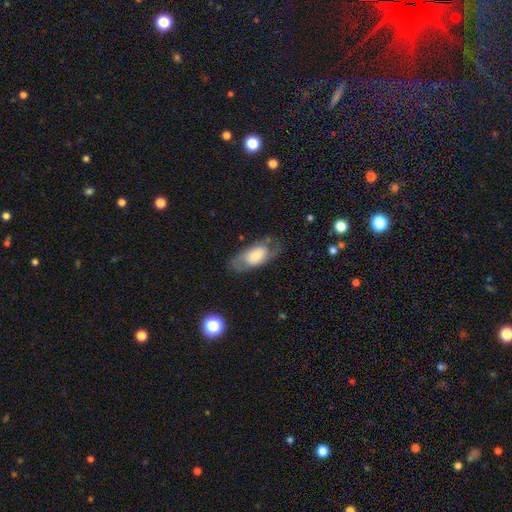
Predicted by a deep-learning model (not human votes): This appears to be a smooth galaxy with no disk features (54%) that is in between round and cigar-shaped (90%). Merging: none (64%).